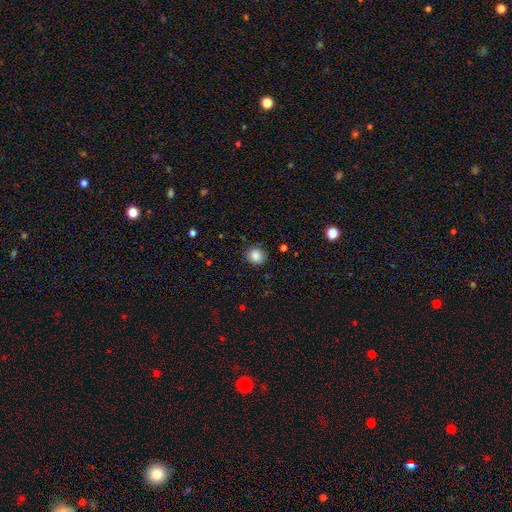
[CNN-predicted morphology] The model was most divided on "how rounded": round: 79%, in between: 20%, cigar-shaped: 1%. More confident: smooth or featured — smooth (86%); merging — none (82%).